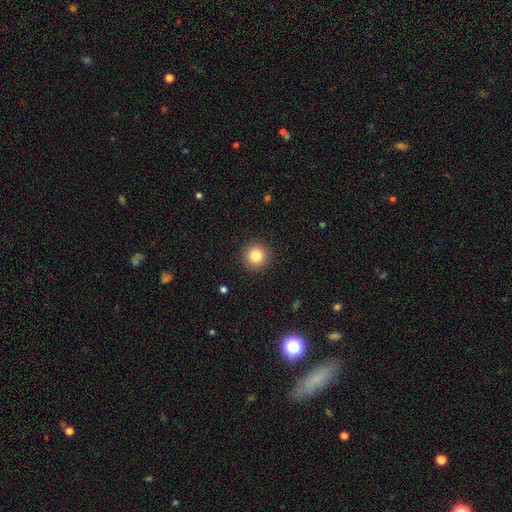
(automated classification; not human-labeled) Smooth or featured: smooth — 83% (star or artifact — 10%)
How rounded: round — 95% (in between — 4%)
Merging: none — 92% (minor disturbance — 5%)